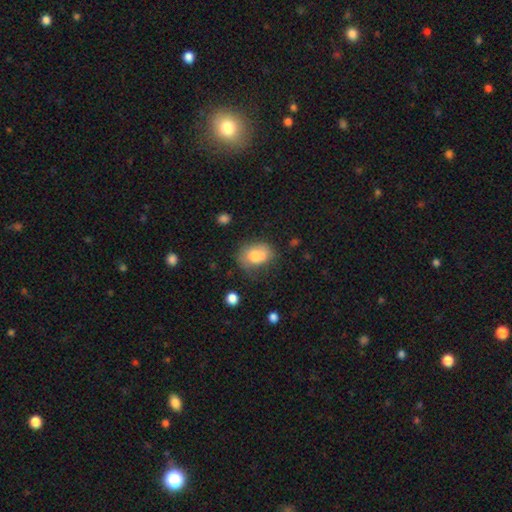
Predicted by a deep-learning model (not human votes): A smooth galaxy with no disk features (71%) that is in between round and cigar-shaped (59%).

Vote fractions:
- Smooth or featured? smooth: 71% / featured or disk: 20% / star or artifact: 10%
- How rounded? in between: 59% / round: 40% / cigar-shaped: 1%
- Merging? none: 34% / merger: 33% / minor disturbance: 21% / major disturbance: 11%